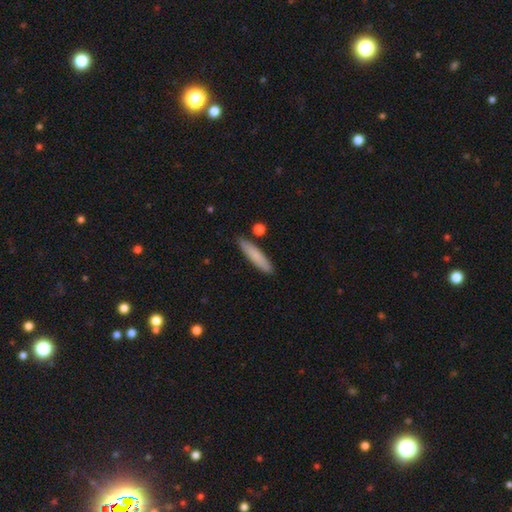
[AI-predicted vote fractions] A smooth galaxy with no disk features (80%) that is cigar-shaped (85%).

Vote fractions:
- Smooth or featured? smooth: 80% / featured or disk: 14% / star or artifact: 6%
- How rounded? cigar-shaped: 85% / in between: 14% / round: 1%
- Merging? none: 86% / minor disturbance: 9% / merger: 3% / major disturbance: 2%